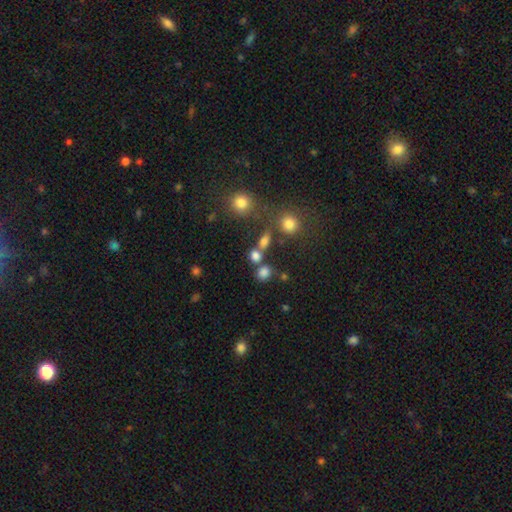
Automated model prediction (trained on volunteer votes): smooth-or-featured: smooth: 74% | star or artifact: 17% | featured or disk: 9%
  how-rounded: round: 68% | in between: 29% | cigar-shaped: 3%
  merging: none: 57% | merger: 28% | minor disturbance: 9% | major disturbance: 5%